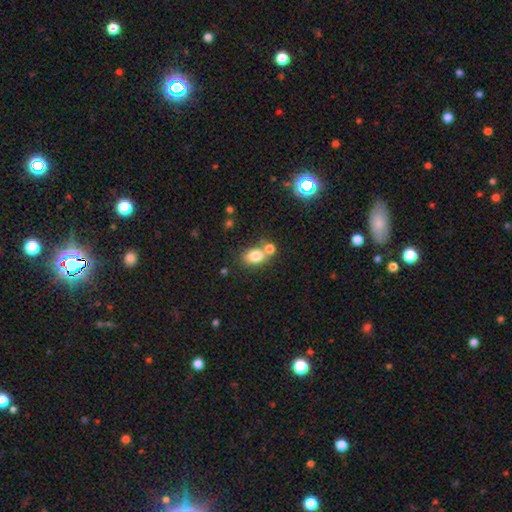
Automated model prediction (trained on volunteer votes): Overall: smooth (79%). How rounded: in between (74%). Merging: none (48%; merger 37%).